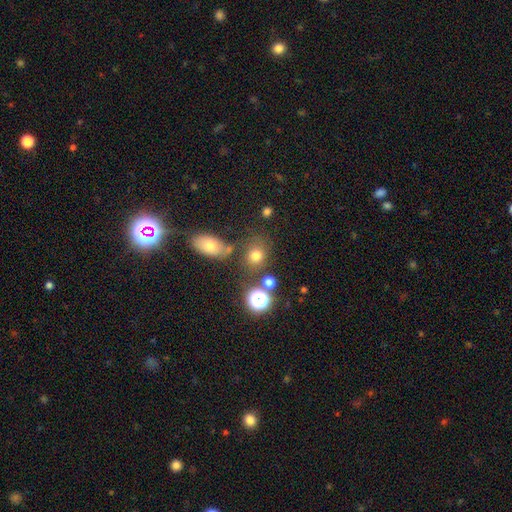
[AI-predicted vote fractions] The model was most divided on "how rounded": round: 66%, in between: 32%, cigar-shaped: 1%. More confident: smooth or featured — smooth (72%); merging — none (68%).